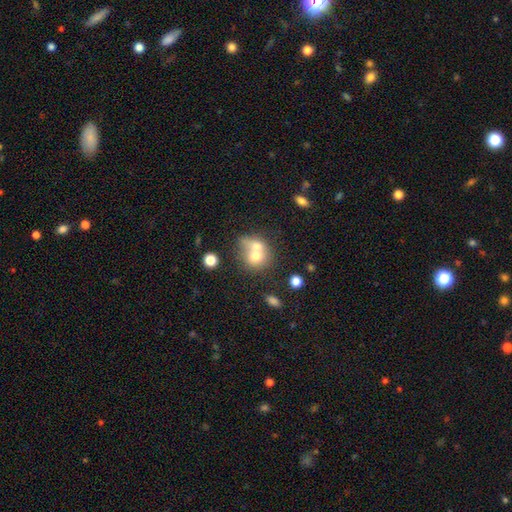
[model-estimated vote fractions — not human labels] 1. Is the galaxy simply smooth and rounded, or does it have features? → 66% smooth, 24% featured or disk, 10% star or artifact.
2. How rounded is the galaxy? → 69% round, 30% in between, 1% cigar-shaped.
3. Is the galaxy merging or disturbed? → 67% merger, 21% none, 7% minor disturbance, 5% major disturbance.